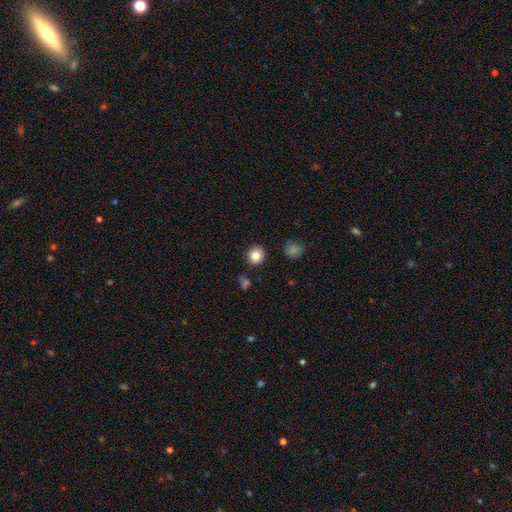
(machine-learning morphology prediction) The model was most divided on "smooth or featured": smooth: 83%, star or artifact: 11%, featured or disk: 6%. More confident: merging — none (90%); how rounded — round (88%).